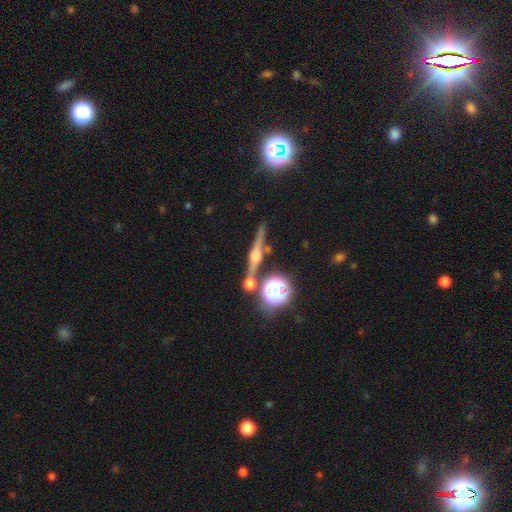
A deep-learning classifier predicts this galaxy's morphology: Smooth or featured? Predicted: featured or disk (p=0.71). Edge-on disk? Predicted: yes (p=0.96). Edge-on bulge? Predicted: rounded (p=0.86). Merging? Predicted: none (p=0.83).